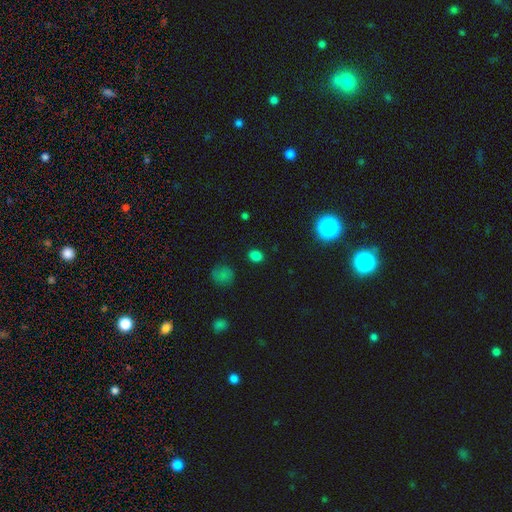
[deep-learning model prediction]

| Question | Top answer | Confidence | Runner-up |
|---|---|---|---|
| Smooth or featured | smooth | 77% | star or artifact (19%) |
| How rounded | in between | 53% | round (46%) |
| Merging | none | 87% | minor disturbance (9%) |